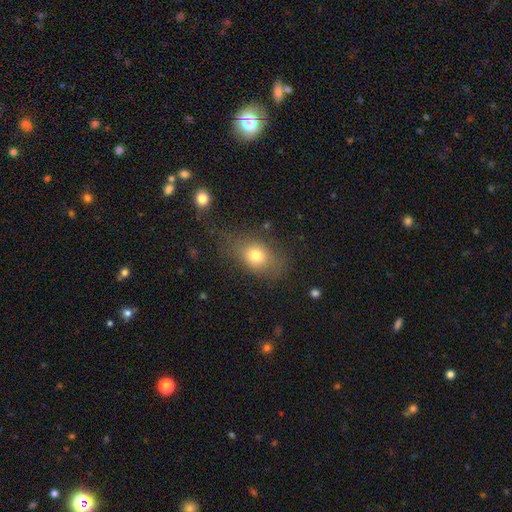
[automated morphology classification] type=smooth (77%); roundness=in between (64%); merging=none (58%).